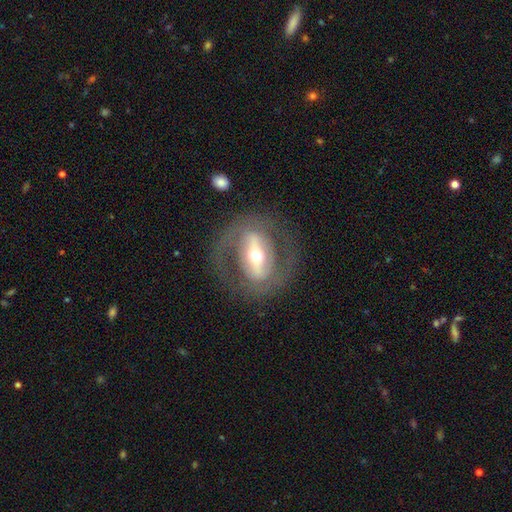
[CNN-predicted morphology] featured or disk 79%, smooth 16%, star or artifact 6%. Down the decision tree: edge-on disk — no (89%); bar — strong (67%); spiral arms — yes (55%); bulge size — moderate (62%); merging — none (76%).